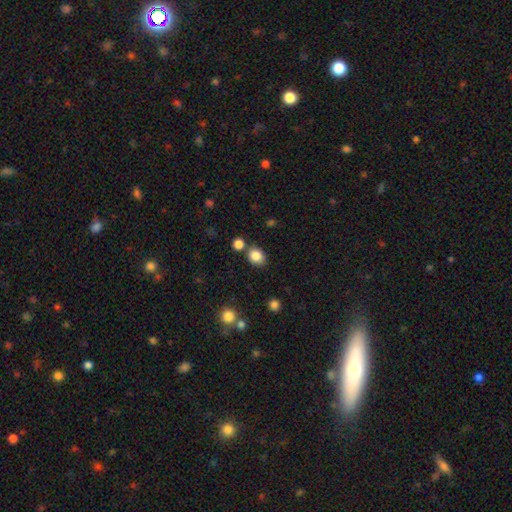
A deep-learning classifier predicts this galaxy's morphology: Smooth or featured? smooth (85%)
How rounded? round (52%)
Merging? none (73%)